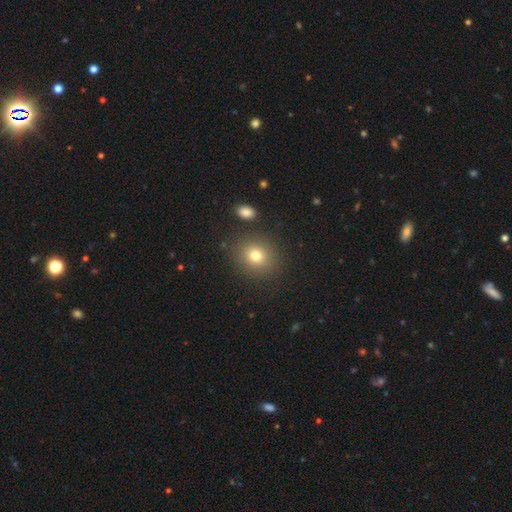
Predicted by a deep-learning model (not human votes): smooth_or_featured: smooth (p=0.77) [alt: star or artifact p=0.14]
how_rounded: round (p=0.74) [alt: in between p=0.25]
merging: none (p=0.85) [alt: minor disturbance p=0.08]